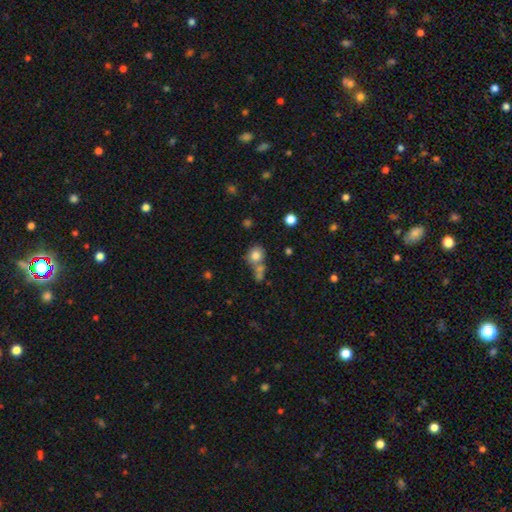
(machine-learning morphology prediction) Smooth or featured: smooth — 78% (star or artifact — 12%)
How rounded: round — 79% (in between — 20%)
Merging: none — 48% (merger — 37%)